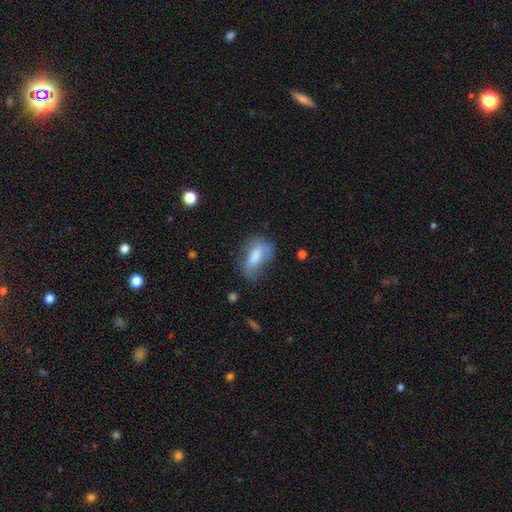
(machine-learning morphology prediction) This appears to be a smooth galaxy with no disk features (68%) that is in between round and cigar-shaped (85%). Merging: none (44%).